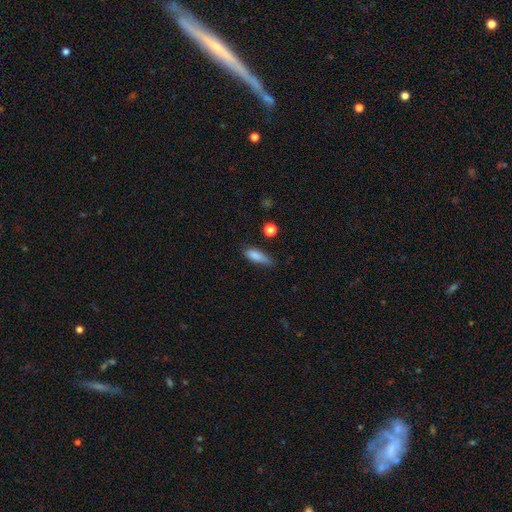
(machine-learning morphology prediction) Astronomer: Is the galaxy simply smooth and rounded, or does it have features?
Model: smooth — 80%.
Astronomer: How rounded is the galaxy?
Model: cigar-shaped — 50% (runner-up: in between, 48%).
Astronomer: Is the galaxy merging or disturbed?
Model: none — 60%.